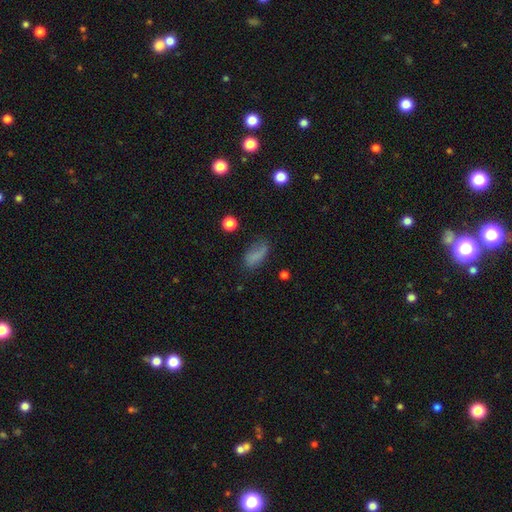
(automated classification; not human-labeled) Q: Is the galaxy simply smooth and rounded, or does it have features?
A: smooth — 74%.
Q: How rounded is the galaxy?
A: in between — 84%.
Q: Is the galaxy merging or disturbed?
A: none — 54%.